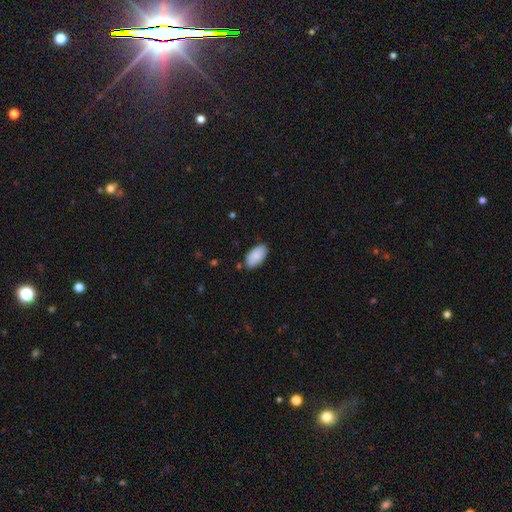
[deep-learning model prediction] Smooth or featured? smooth (89%)
How rounded? in between (95%)
Merging? none (83%)